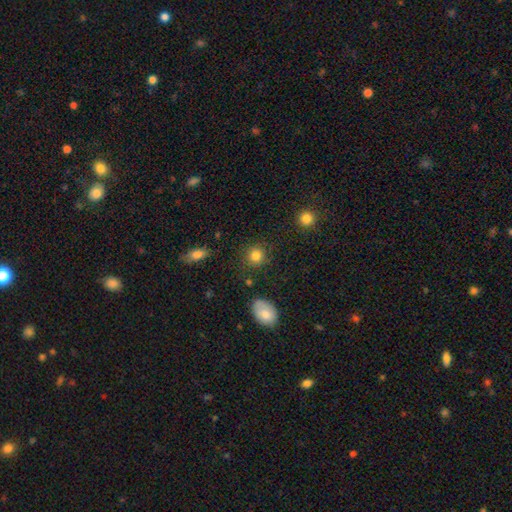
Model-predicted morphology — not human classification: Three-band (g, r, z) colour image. It shows a smooth galaxy with no disk features (83%) that is round (87%). Merging: none (86%).